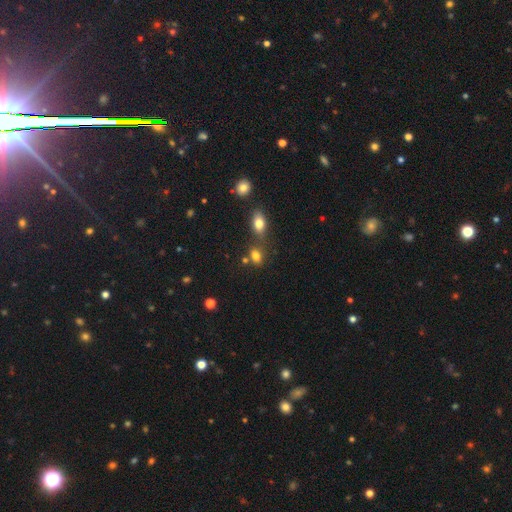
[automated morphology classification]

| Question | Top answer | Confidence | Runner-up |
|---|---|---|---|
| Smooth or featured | smooth | 78% | star or artifact (13%) |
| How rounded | in between | 72% | round (25%) |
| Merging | none | 57% | merger (25%) |